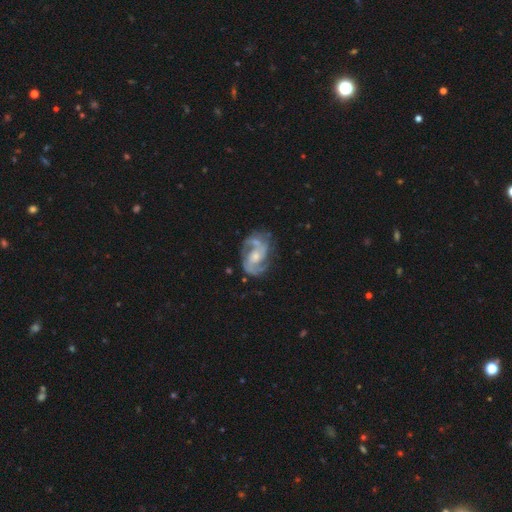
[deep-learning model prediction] A featured or disk galaxy (88%) with no bar (51%), 2 (85%) medium (55%) spiral arms (96%) and a moderate central bulge (51%).

Vote fractions:
- Smooth or featured? featured or disk: 88% / smooth: 7% / star or artifact: 5%
- Edge-on disk? no: 98% / yes: 2%
- Bar? no: 51% / weak: 39% / strong: 10%
- Spiral arms? yes: 96% / no: 4%
- Spiral winding? medium: 55% / tight: 27% / loose: 18%
- Spiral arm count? 2: 85% / can't tell: 5% / 3: 5% / 1: 2% / 4: 1% / more than 4: 1%
- Bulge size? moderate: 51% / small: 38% / large: 5% / none: 5% / dominant: 1%
- Merging? none: 63% / minor disturbance: 21% / major disturbance: 10% / merger: 6%